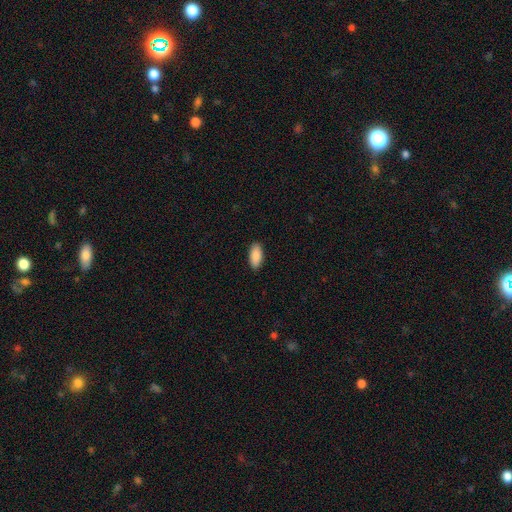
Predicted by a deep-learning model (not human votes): Smooth or featured: smooth — 90% (star or artifact — 6%)
How rounded: in between — 89% (cigar-shaped — 9%)
Merging: none — 90% (minor disturbance — 7%)